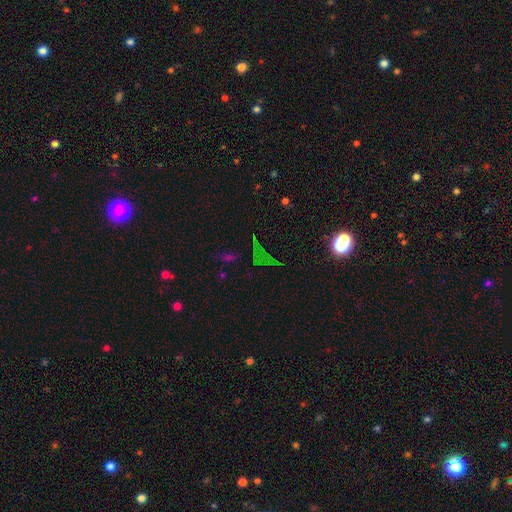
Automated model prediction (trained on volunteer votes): Smooth or featured: star or artifact — 62% (smooth — 22%)